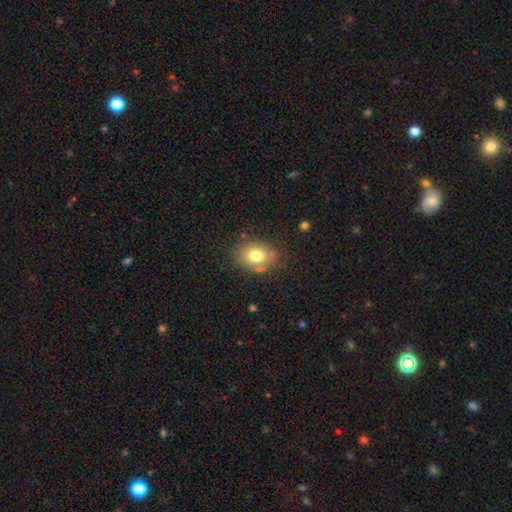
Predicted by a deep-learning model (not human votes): Smooth or featured? smooth (74%)
How rounded? in between (58%)
Merging? none (70%)